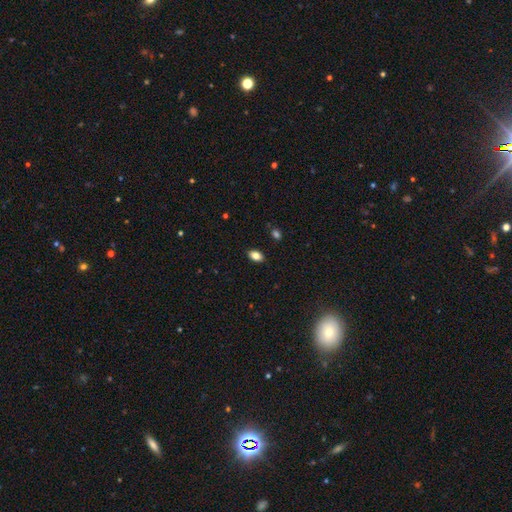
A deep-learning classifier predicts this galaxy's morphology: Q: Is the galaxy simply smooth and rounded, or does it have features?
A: smooth — 82%.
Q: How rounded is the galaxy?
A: in between — 88%.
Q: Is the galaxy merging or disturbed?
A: none — 88%.